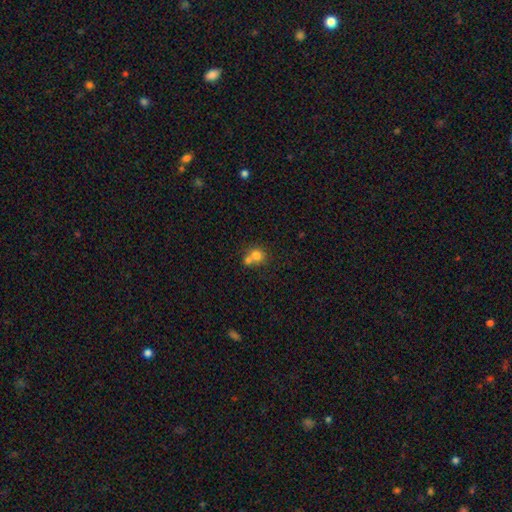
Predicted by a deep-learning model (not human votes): Smooth or featured: smooth — 76% (featured or disk — 12%)
How rounded: round — 80% (in between — 19%)
Merging: merger — 54% (none — 36%)